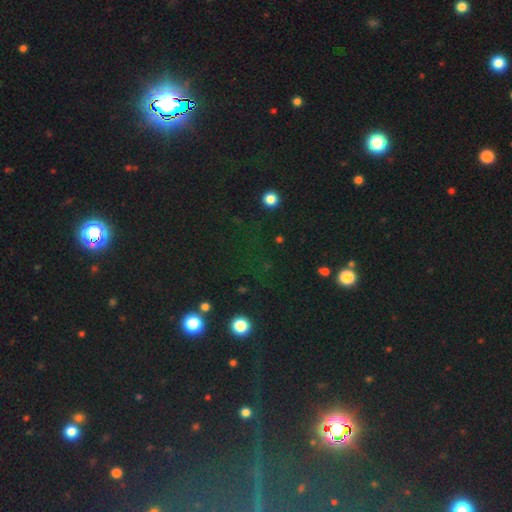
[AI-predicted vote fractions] Morphology: type=star or artifact (80%).